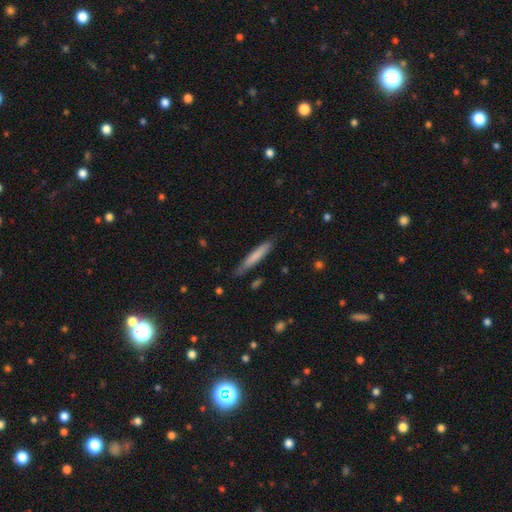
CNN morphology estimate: smooth_or_featured: smooth (p=0.73) [alt: featured or disk p=0.21]
how_rounded: cigar-shaped (p=0.94) [alt: in between p=0.05]
merging: none (p=0.82) [alt: minor disturbance p=0.14]